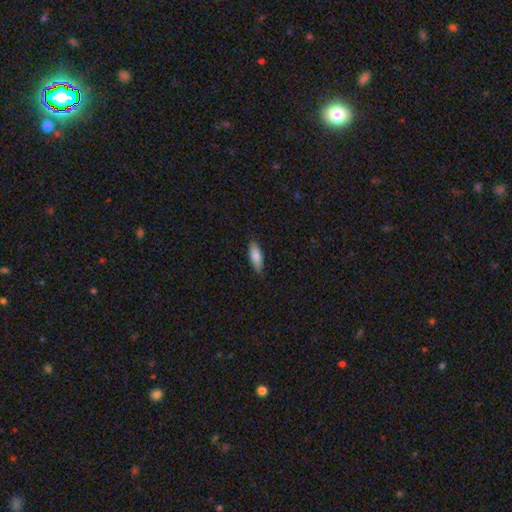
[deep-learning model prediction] smooth-or-featured: smooth: 81% | featured or disk: 14% | star or artifact: 6%
  how-rounded: in between: 62% | cigar-shaped: 36% | round: 2%
  merging: none: 87% | minor disturbance: 10% | major disturbance: 2% | merger: 1%